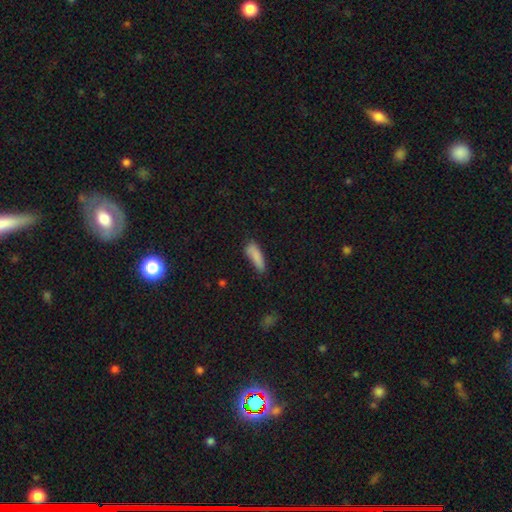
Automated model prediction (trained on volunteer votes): Smooth or featured? Predicted: smooth (p=0.85). How rounded? Predicted: cigar-shaped (p=0.58). Merging? Predicted: none (p=0.63).